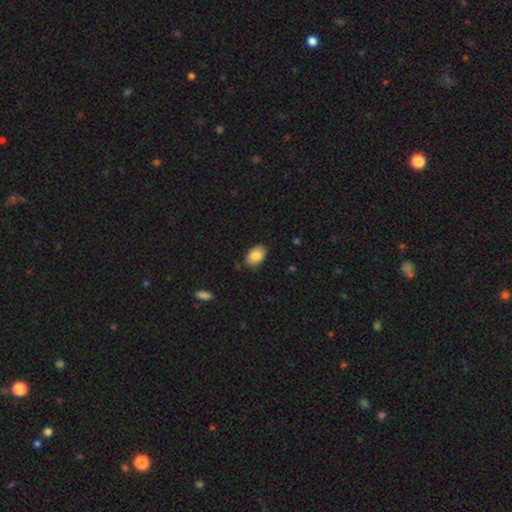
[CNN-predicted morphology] smooth_or_featured: smooth (p=0.86) [alt: featured or disk p=0.08]
how_rounded: in between (p=0.89) [alt: round p=0.10]
merging: none (p=0.85) [alt: minor disturbance p=0.12]